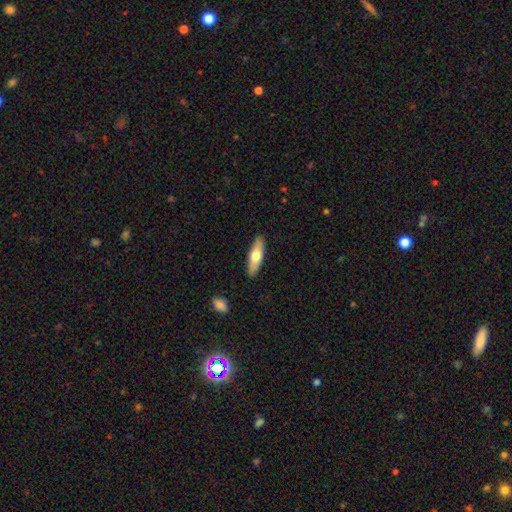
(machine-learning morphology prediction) Smooth or featured: smooth — 62% (featured or disk — 33%)
How rounded: cigar-shaped — 55% (in between — 43%)
Merging: none — 90% (minor disturbance — 7%)